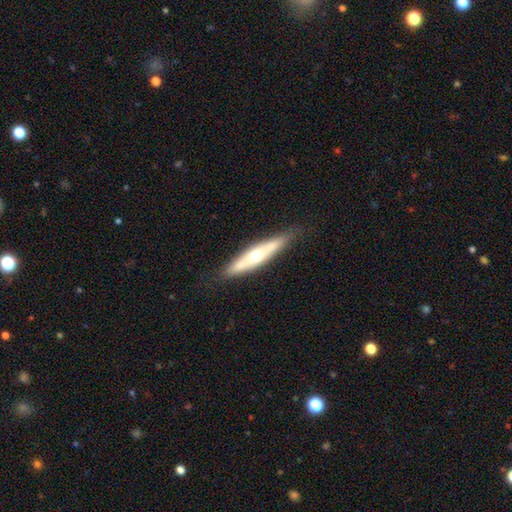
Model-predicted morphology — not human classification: This is possibly a featured or disk galaxy (55%). It is likely viewed edge-on (79%). Merging: clearly none (81%).